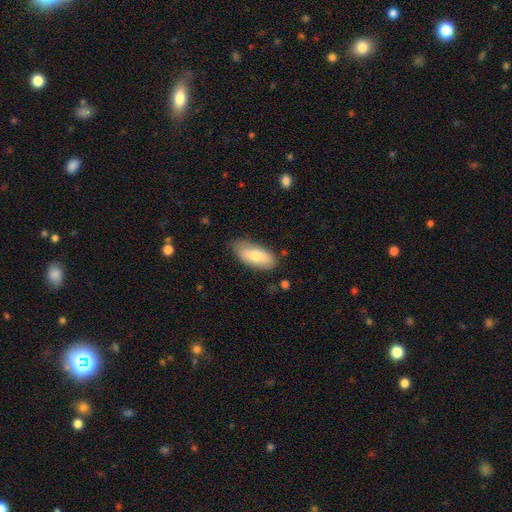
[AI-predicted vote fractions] Smooth or featured? Predicted: smooth (p=0.74). How rounded? Predicted: in between (p=0.88). Merging? Predicted: none (p=0.78).